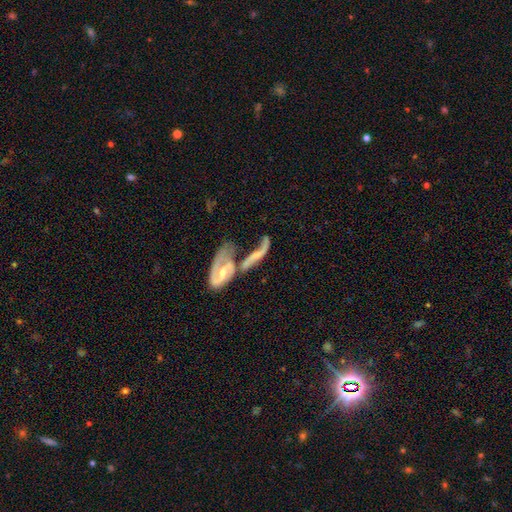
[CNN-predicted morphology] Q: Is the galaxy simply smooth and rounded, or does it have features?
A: featured or disk — 73%.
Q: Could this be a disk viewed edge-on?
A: no — 88%.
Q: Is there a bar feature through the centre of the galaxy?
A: no — 44%.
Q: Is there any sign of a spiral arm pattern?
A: yes — 82%.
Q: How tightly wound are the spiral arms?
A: loose — 77%.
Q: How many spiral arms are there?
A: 2 — 71%.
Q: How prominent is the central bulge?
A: small — 42%.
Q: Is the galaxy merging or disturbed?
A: merger — 64%.